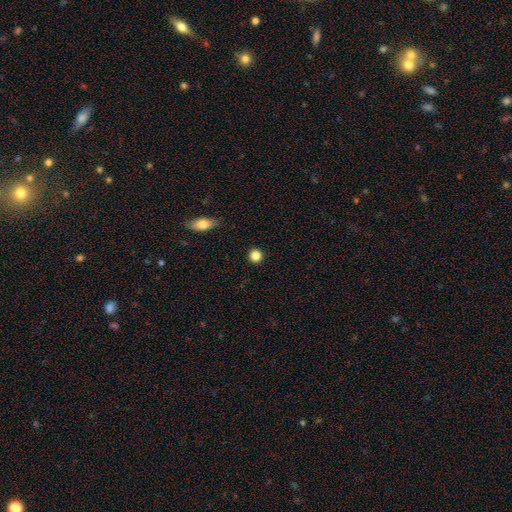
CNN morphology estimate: Smooth or featured?
  - smooth: 85% *
  - star or artifact: 11%
  - featured or disk: 4%
How rounded?
  - round: 93% *
  - in between: 6%
  - cigar-shaped: 1%
Merging?
  - none: 91% *
  - minor disturbance: 5%
  - major disturbance: 2%
  - merger: 1%